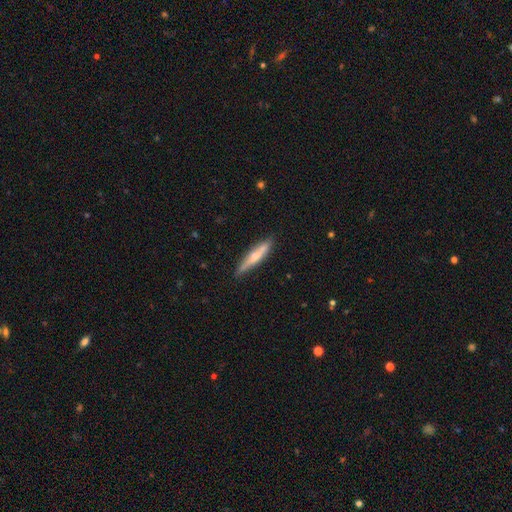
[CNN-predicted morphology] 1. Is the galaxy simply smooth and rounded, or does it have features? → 48% smooth, 46% featured or disk, 6% star or artifact.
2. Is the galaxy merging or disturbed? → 81% none, 14% minor disturbance, 3% merger, 2% major disturbance.